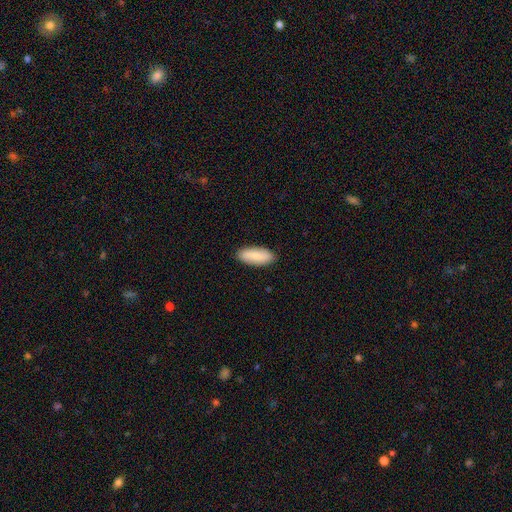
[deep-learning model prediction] Smooth or featured: smooth — 75% (featured or disk — 20%)
How rounded: in between — 83% (cigar-shaped — 15%)
Merging: none — 89% (minor disturbance — 8%)